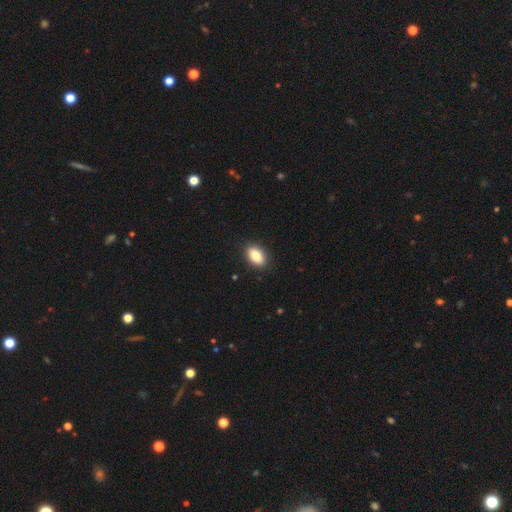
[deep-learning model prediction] This is clearly a smooth galaxy (84%). How rounded: clearly in between (88%). Merging: clearly none (89%).